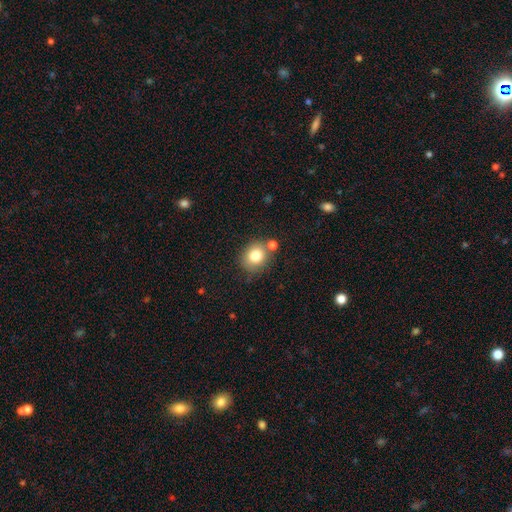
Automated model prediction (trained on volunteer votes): Smooth or featured?
  - smooth: 80% *
  - star or artifact: 10%
  - featured or disk: 10%
How rounded?
  - round: 67% *
  - in between: 32%
  - cigar-shaped: 1%
Merging?
  - none: 69% *
  - merger: 14%
  - minor disturbance: 13%
  - major disturbance: 4%